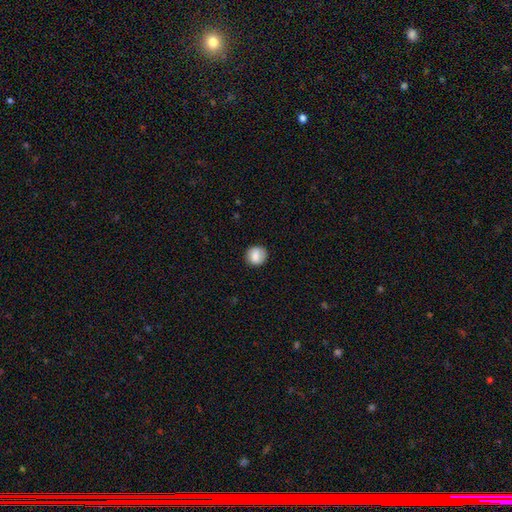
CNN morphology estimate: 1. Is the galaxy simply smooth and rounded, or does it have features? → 80% smooth, 12% featured or disk, 8% star or artifact.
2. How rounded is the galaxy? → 87% round, 12% in between, 1% cigar-shaped.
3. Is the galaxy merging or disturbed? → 87% none, 10% minor disturbance, 3% major disturbance, 1% merger.